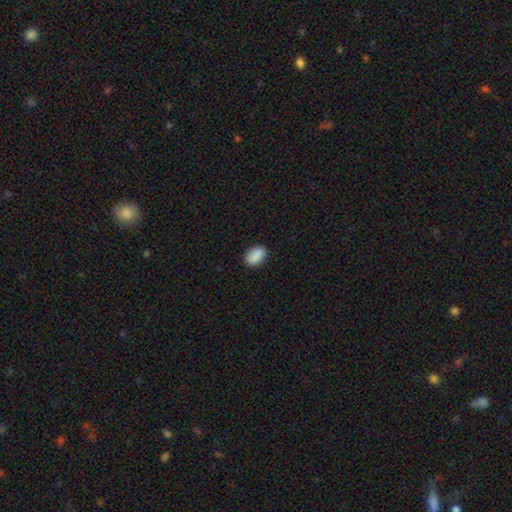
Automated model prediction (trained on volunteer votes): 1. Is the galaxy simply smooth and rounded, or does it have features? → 88% smooth, 8% star or artifact, 5% featured or disk.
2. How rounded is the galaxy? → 86% in between, 12% round, 2% cigar-shaped.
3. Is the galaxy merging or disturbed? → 85% none, 11% minor disturbance, 2% major disturbance, 1% merger.